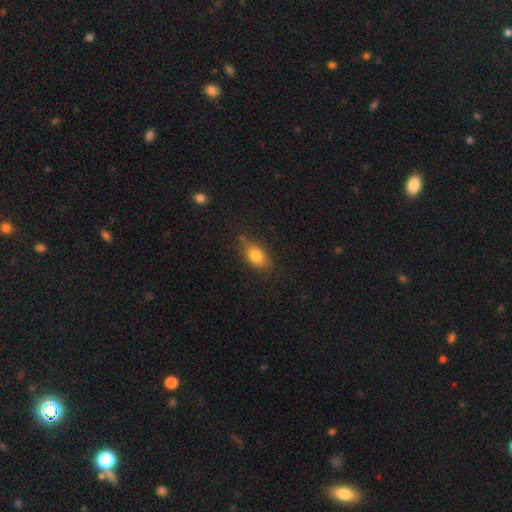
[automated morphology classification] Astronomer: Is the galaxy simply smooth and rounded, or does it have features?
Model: smooth — 77%.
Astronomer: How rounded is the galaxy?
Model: in between — 79%.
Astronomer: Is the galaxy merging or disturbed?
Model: none — 74%.